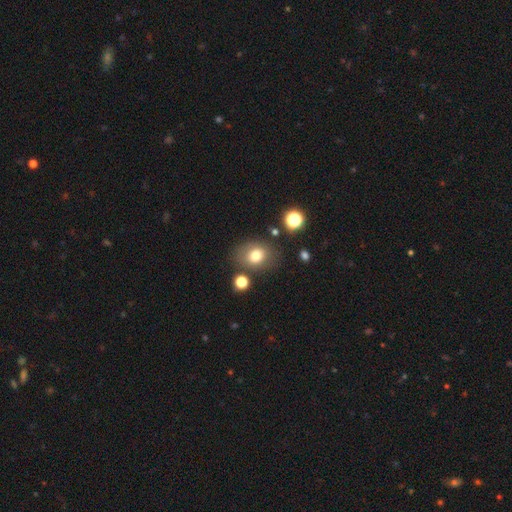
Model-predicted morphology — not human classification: This appears to be a smooth galaxy with no disk features (77%) that is in between round and cigar-shaped (52%). Merging: none (73%).